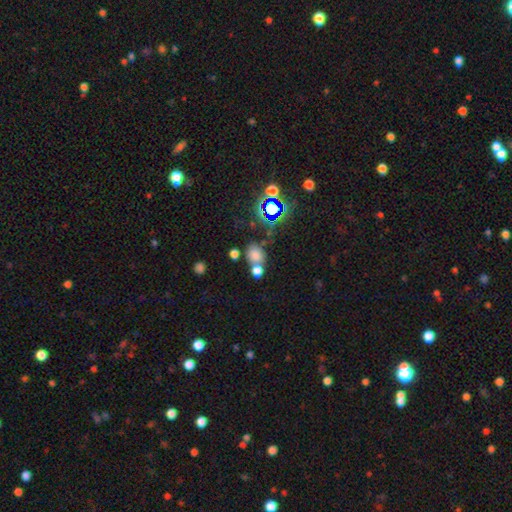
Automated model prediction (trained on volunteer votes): Q: Smooth or featured?
A: smooth (71%); runner-up: star or artifact (21%)
Q: How rounded?
A: round (50%); runner-up: in between (49%)
Q: Merging?
A: none (49%); runner-up: merger (36%)